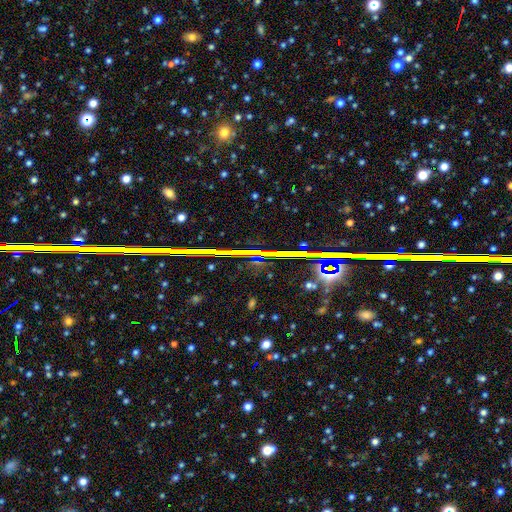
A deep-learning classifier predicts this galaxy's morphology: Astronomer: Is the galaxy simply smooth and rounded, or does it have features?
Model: star or artifact — 66%.